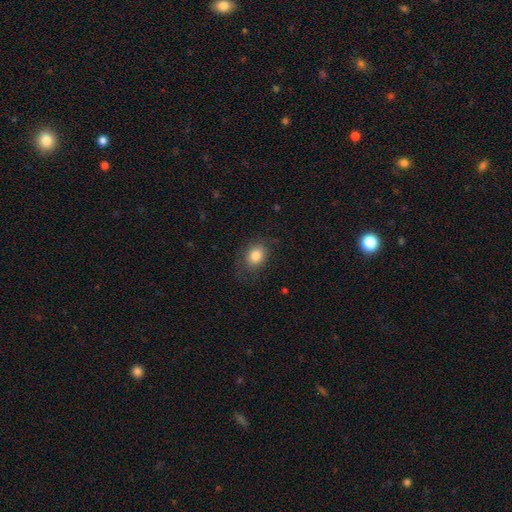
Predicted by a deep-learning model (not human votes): Q: Smooth or featured?
A: smooth (81%); runner-up: featured or disk (10%)
Q: How rounded?
A: in between (57%); runner-up: round (42%)
Q: Merging?
A: none (71%); runner-up: minor disturbance (19%)